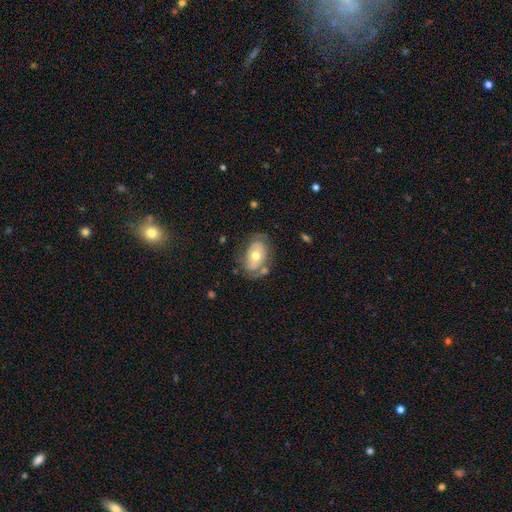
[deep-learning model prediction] Smooth or featured? Predicted: featured or disk (p=0.49). Merging? Predicted: none (p=0.57).